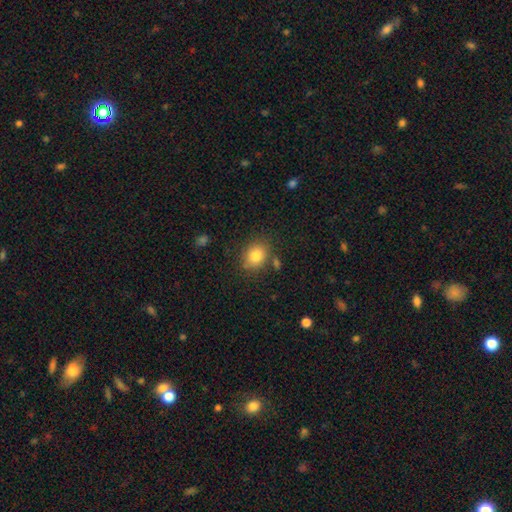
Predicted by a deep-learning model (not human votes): Morphology: type=smooth (82%); roundness=round (50%); merging=none (78%).